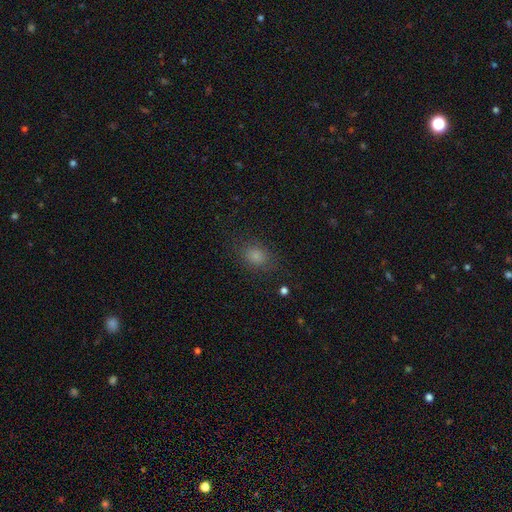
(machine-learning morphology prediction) smooth-or-featured: smooth: 72% | star or artifact: 20% | featured or disk: 8%
  how-rounded: round: 50% | in between: 49% | cigar-shaped: 2%
  merging: none: 82% | minor disturbance: 12% | major disturbance: 5% | merger: 1%